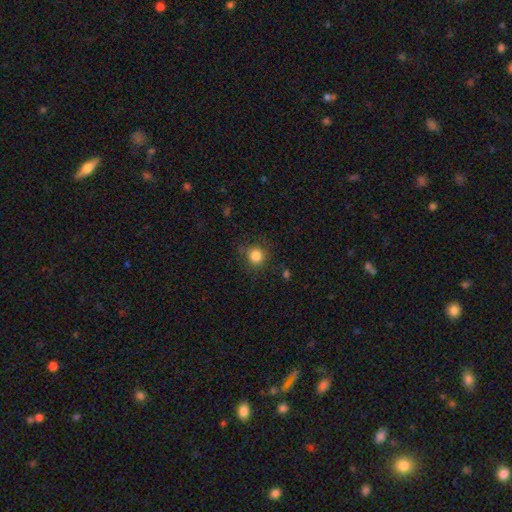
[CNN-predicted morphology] Smooth or featured? Predicted: smooth (p=0.84). How rounded? Predicted: round (p=0.91). Merging? Predicted: none (p=0.82).